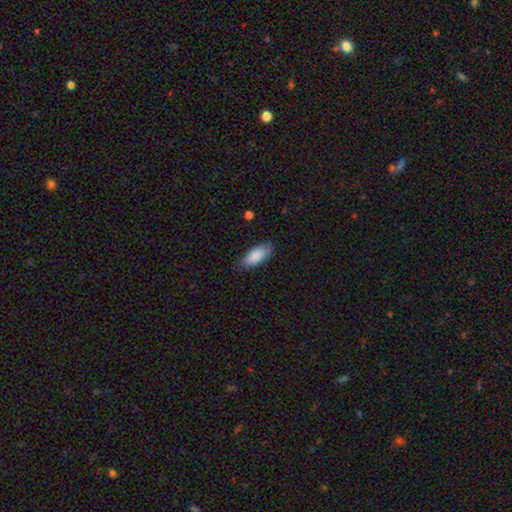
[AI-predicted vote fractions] Smooth or featured? smooth (86%)
How rounded? in between (86%)
Merging? none (77%)